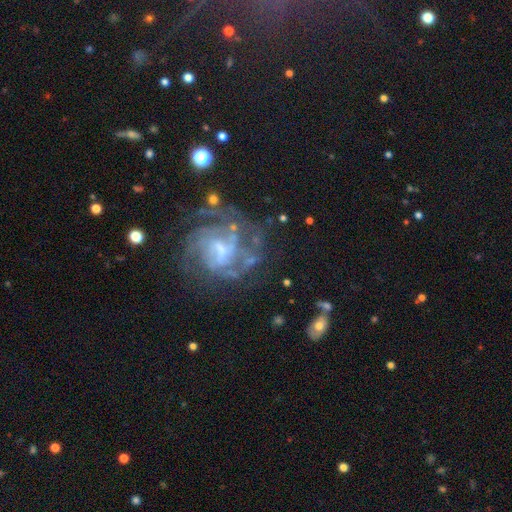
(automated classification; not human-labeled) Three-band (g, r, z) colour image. It shows a featured or disk galaxy (71%) with no bar (53%), tight (59%) spiral arms (94%) and a small central bulge (49%). Merging: none (74%).